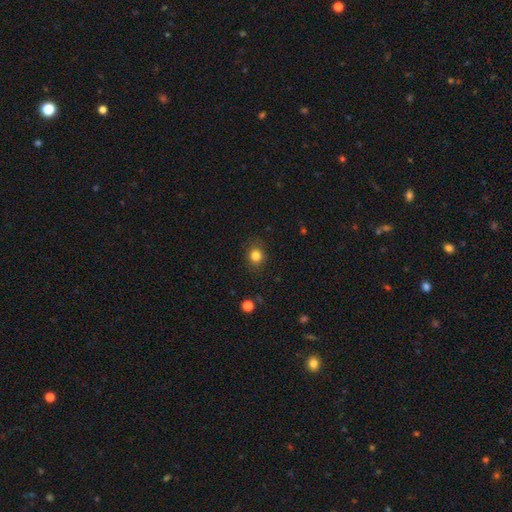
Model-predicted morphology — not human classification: Q: Smooth or featured?
A: smooth (82%); runner-up: star or artifact (12%)
Q: How rounded?
A: round (76%); runner-up: in between (23%)
Q: Merging?
A: none (86%); runner-up: minor disturbance (10%)